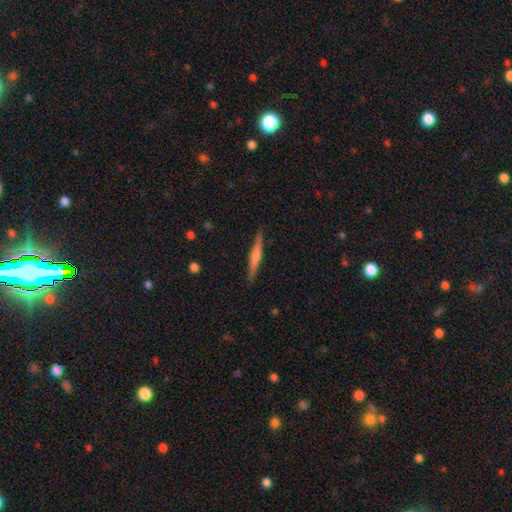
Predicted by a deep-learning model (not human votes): This is likely a featured or disk galaxy (69%). It is clearly viewed edge-on (98%). Edge-on bulge: likely rounded (68%). Merging: clearly none (91%).